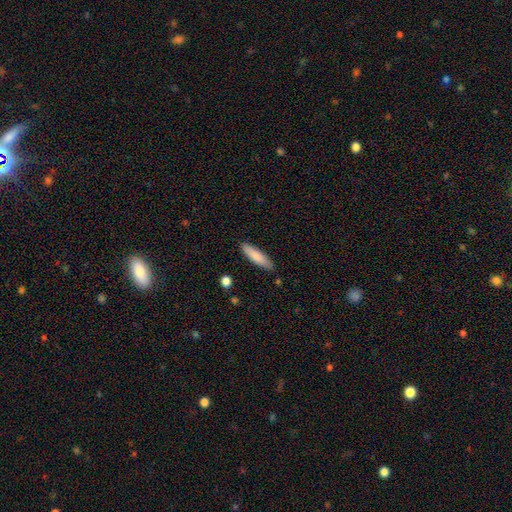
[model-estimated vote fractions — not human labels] smooth 83%, featured or disk 12%, star or artifact 6%. Down the decision tree: how rounded — cigar-shaped (72%); merging — none (86%).